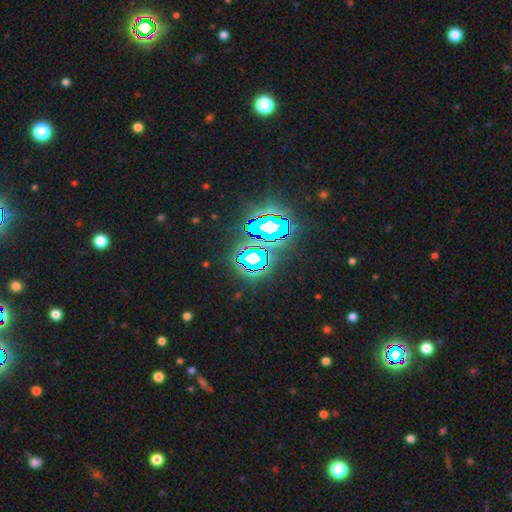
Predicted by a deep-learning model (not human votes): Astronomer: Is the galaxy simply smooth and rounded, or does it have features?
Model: star or artifact — 81%.